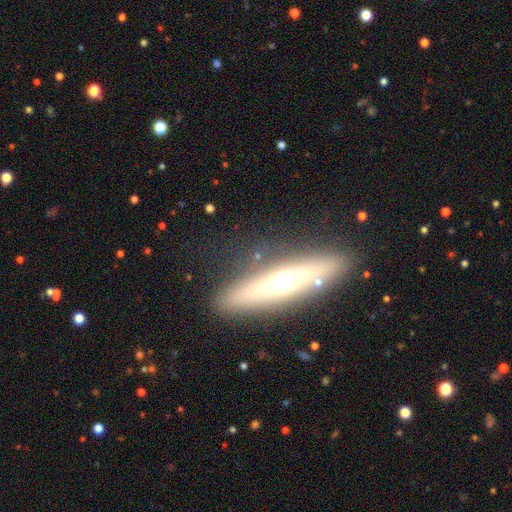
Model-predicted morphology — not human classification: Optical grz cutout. It shows a featured or disk galaxy (56%) viewed edge-on (83%). Merging: none (81%).